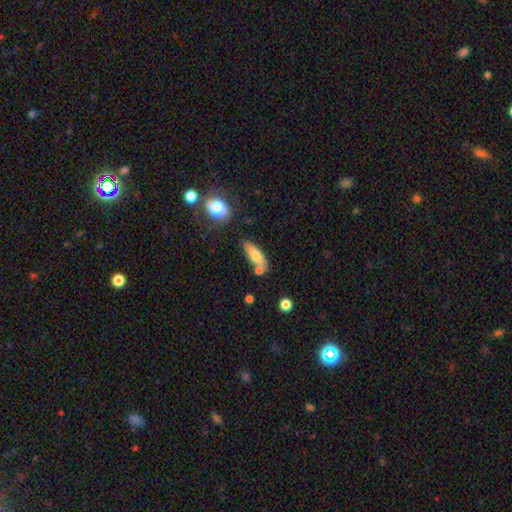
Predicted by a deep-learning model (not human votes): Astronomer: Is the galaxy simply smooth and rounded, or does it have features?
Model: smooth — 72%.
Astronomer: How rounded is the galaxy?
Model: in between — 59% (runner-up: cigar-shaped, 38%).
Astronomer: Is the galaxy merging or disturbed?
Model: none — 66%.